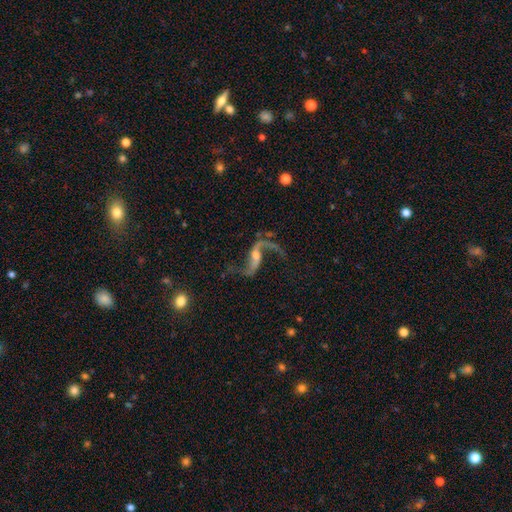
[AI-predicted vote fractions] A featured or disk galaxy (87%) with no bar (39%), 2 (91%) loose (90%) spiral arms (95%) and a small central bulge (51%). Merging: none (60%).